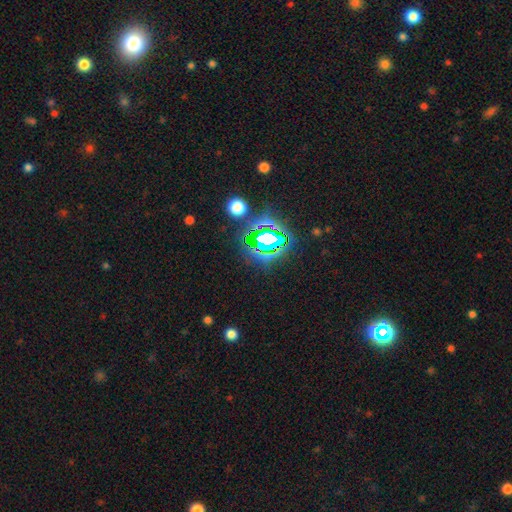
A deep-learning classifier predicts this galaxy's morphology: star or artifact 82%, smooth 11%, featured or disk 7%.